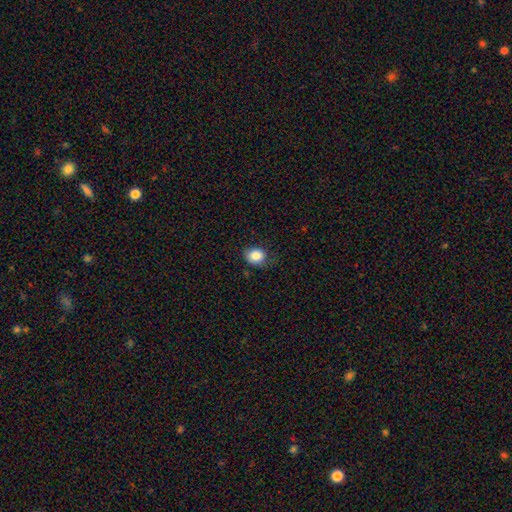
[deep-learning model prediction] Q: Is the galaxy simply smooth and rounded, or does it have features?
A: smooth — 86%.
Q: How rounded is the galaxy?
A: round — 64%.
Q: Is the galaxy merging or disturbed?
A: none — 72%.